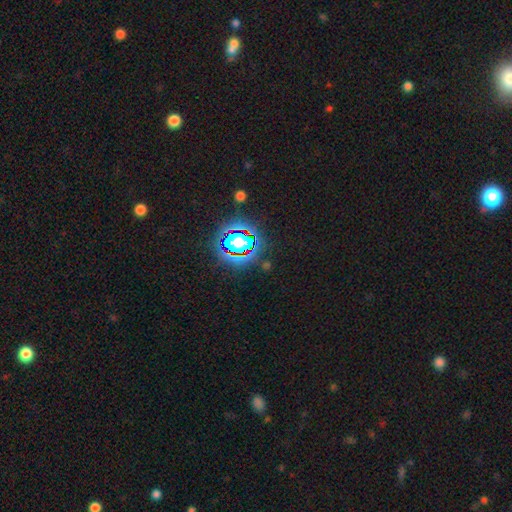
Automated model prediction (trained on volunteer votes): Smooth or featured?
  - star or artifact: 82% *
  - smooth: 11%
  - featured or disk: 7%